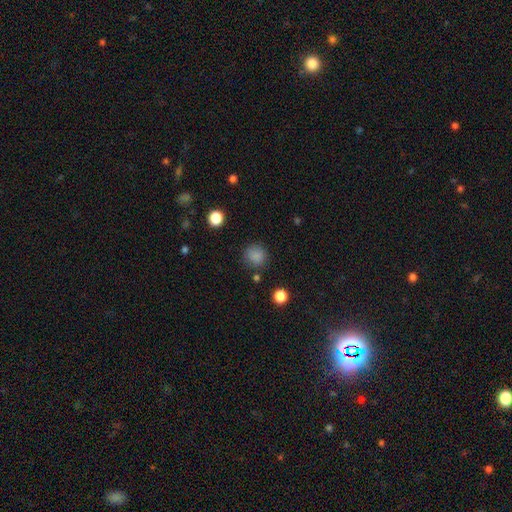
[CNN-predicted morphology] This is clearly a smooth galaxy (83%). How rounded: clearly round (89%). Merging: clearly none (82%).